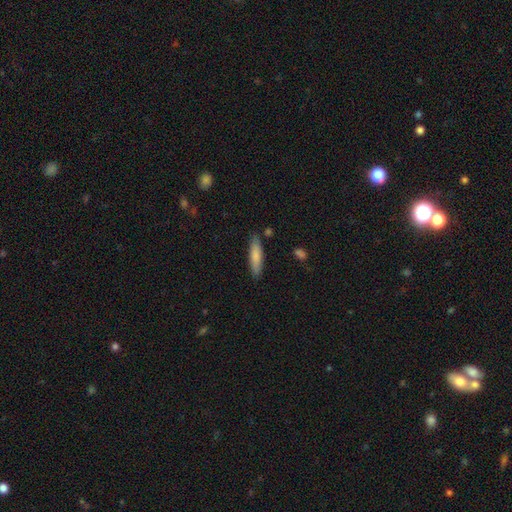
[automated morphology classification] Q: Smooth or featured?
A: smooth (80%); runner-up: featured or disk (15%)
Q: How rounded?
A: cigar-shaped (74%); runner-up: in between (25%)
Q: Merging?
A: none (85%); runner-up: minor disturbance (11%)